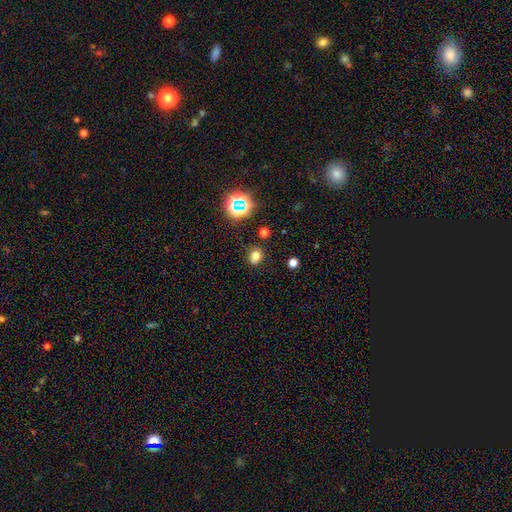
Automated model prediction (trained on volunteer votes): Smooth or featured? Predicted: smooth (p=0.70). How rounded? Predicted: round (p=0.65). Merging? Predicted: none (p=0.77).